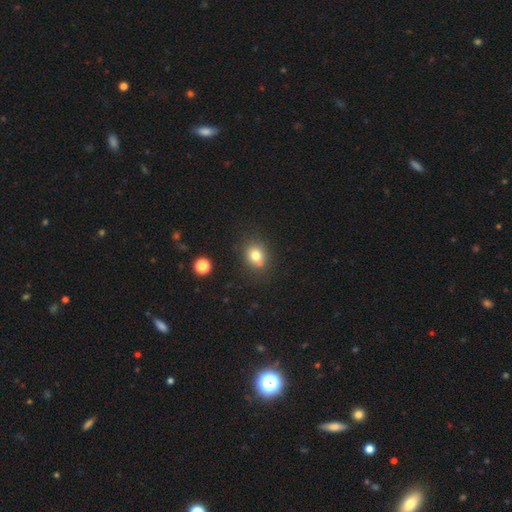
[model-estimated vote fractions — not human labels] Q: Smooth or featured?
A: smooth (76%); runner-up: star or artifact (13%)
Q: How rounded?
A: round (70%); runner-up: in between (30%)
Q: Merging?
A: none (68%); runner-up: merger (15%)